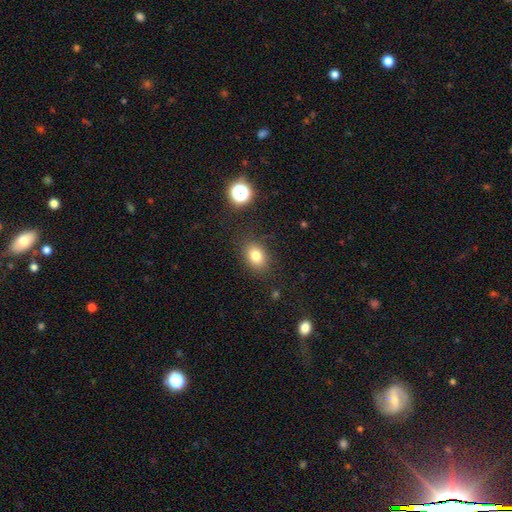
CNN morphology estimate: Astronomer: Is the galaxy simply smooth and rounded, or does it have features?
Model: smooth — 80%.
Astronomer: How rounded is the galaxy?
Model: in between — 65%.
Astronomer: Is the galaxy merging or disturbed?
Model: none — 84%.